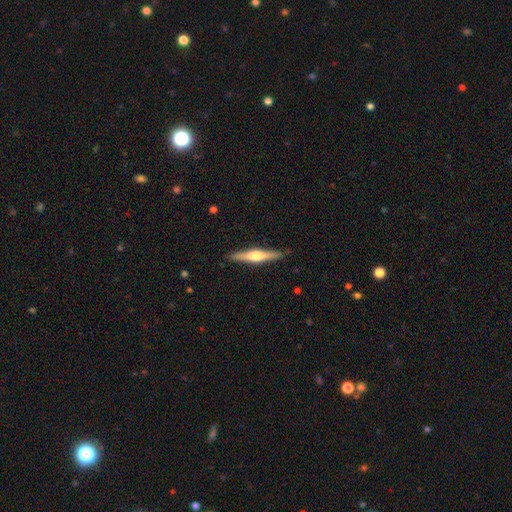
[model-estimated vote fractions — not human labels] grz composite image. It shows a featured or disk galaxy (64%) viewed edge-on (97%) with a rounded central bulge (88%). Merging: none (90%).